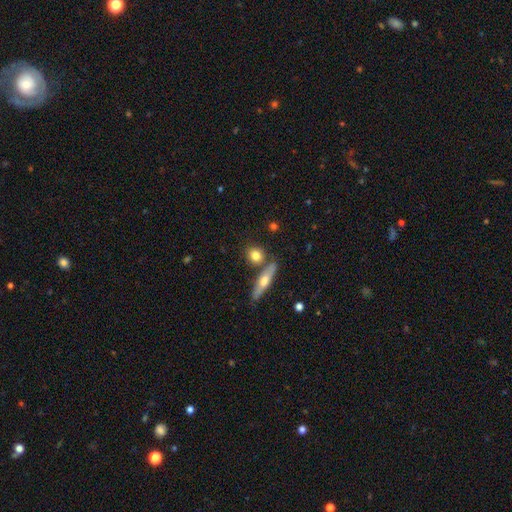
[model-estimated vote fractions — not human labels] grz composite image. It shows a smooth galaxy with no disk features (75%) that is round (62%). Merging: none (71%).